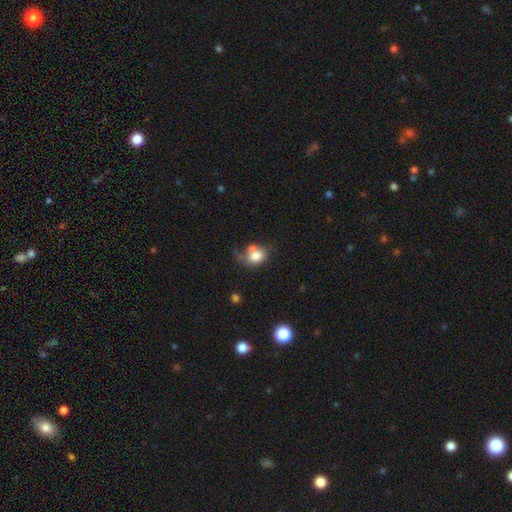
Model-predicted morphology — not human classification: Overall: smooth (76%). How rounded: round (54%; in between 45%). Merging: none (35%; merger 28%).